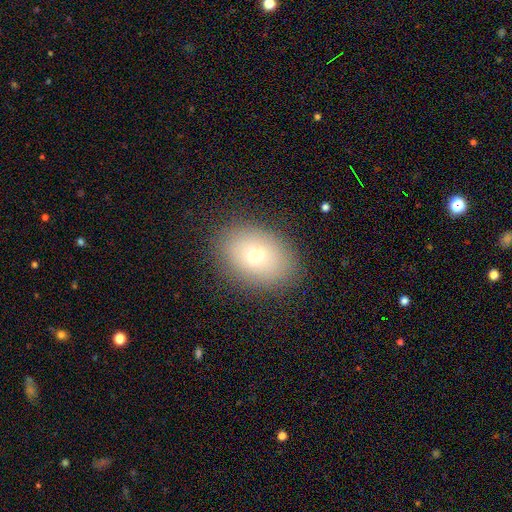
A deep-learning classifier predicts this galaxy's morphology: A smooth galaxy with no disk features (70%) that is in between round and cigar-shaped (74%). Merging: none (86%).